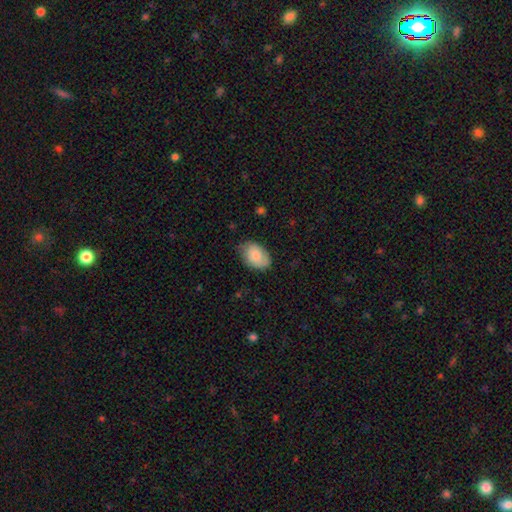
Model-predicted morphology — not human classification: Q: Smooth or featured?
A: smooth (82%); runner-up: featured or disk (12%)
Q: How rounded?
A: in between (88%); runner-up: round (11%)
Q: Merging?
A: none (70%); runner-up: minor disturbance (24%)